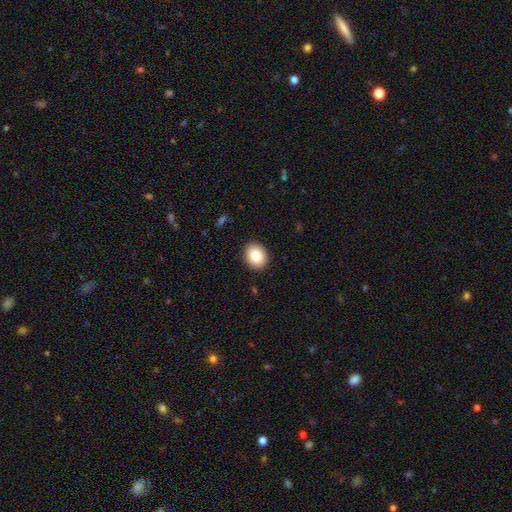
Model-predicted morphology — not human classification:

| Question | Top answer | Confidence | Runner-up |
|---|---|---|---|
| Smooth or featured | smooth | 82% | featured or disk (9%) |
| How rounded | round | 52% | in between (47%) |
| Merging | none | 91% | minor disturbance (7%) |